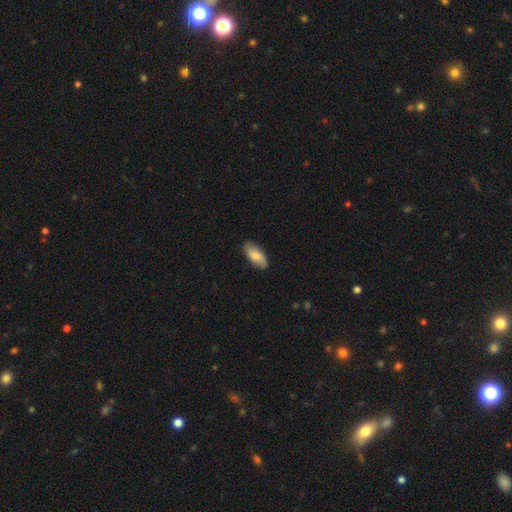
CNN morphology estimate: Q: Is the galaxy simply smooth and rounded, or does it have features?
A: smooth — 79%.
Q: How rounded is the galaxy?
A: in between — 90%.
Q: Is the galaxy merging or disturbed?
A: none — 86%.